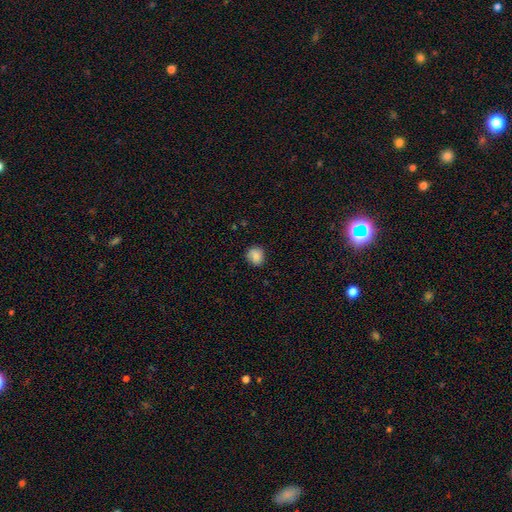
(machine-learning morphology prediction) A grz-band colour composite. It shows a smooth galaxy with no disk features (84%) that is round (80%). Merging: none (81%).